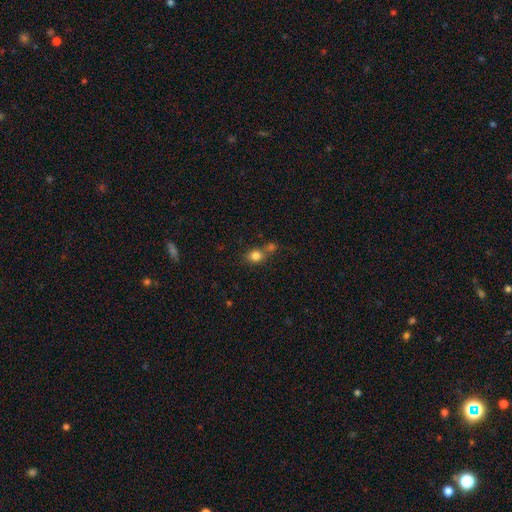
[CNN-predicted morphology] A smooth galaxy with no disk features (81%) that is round (66%). Merging: none (48%).